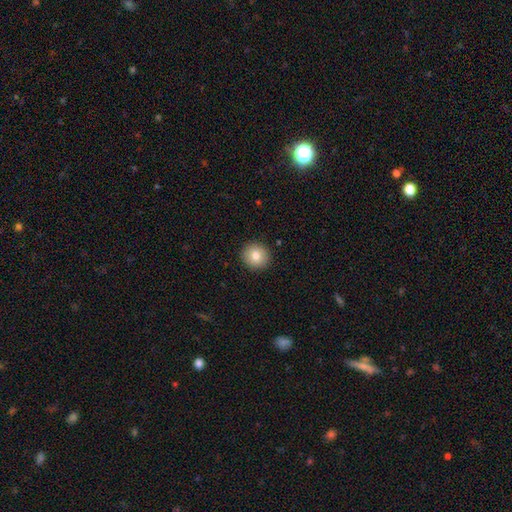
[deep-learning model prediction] This is clearly a smooth galaxy (80%). How rounded: clearly round (91%). Merging: clearly none (92%).